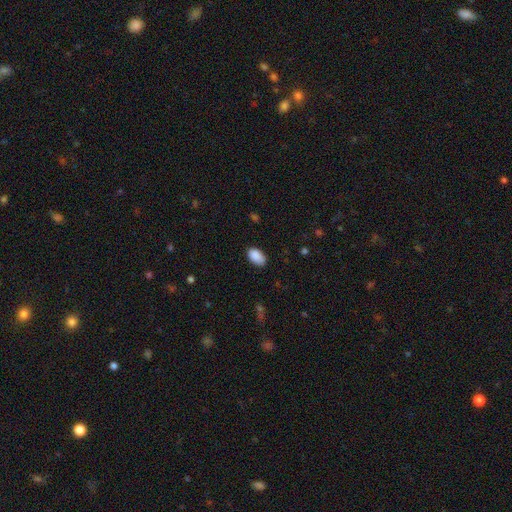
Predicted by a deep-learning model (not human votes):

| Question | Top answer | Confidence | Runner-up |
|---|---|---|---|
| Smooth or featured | smooth | 90% | star or artifact (7%) |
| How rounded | in between | 94% | round (5%) |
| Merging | none | 82% | minor disturbance (14%) |